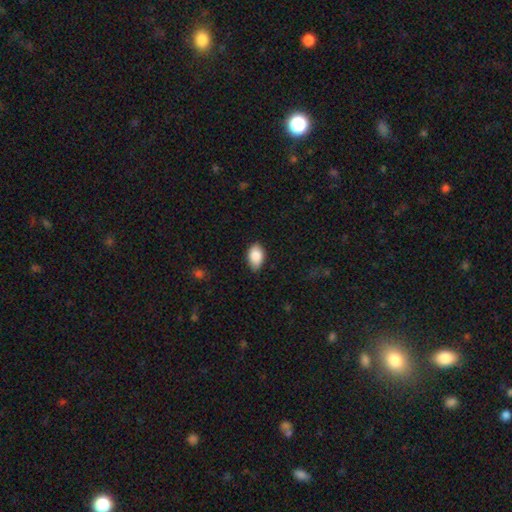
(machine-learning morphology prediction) Overall: smooth (88%). How rounded: in between (90%). Merging: none (75%).